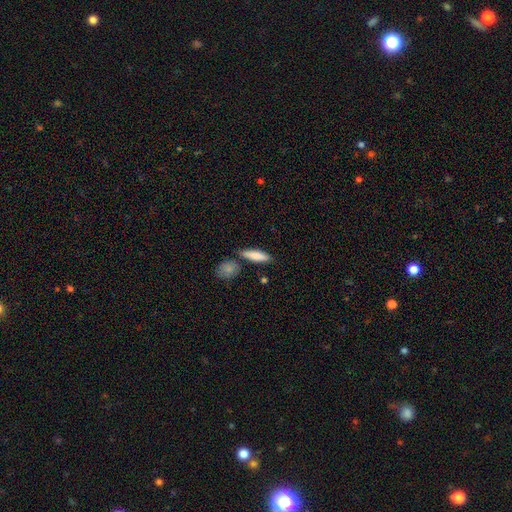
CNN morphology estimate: smooth_or_featured: smooth (p=0.80) [alt: featured or disk p=0.15]
how_rounded: cigar-shaped (p=0.61) [alt: in between p=0.36]
merging: none (p=0.76) [alt: minor disturbance p=0.12]